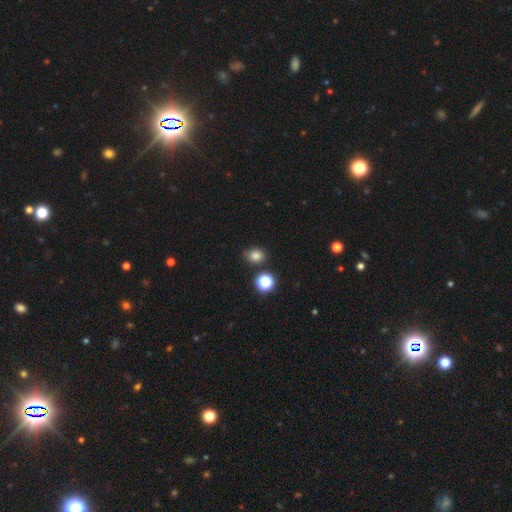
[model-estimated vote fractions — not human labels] A smooth galaxy with no disk features (80%) that is round (59%).

Vote fractions:
- Smooth or featured? smooth: 80% / star or artifact: 15% / featured or disk: 5%
- How rounded? round: 59% / in between: 40% / cigar-shaped: 1%
- Merging? none: 77% / minor disturbance: 15% / merger: 5% / major disturbance: 3%